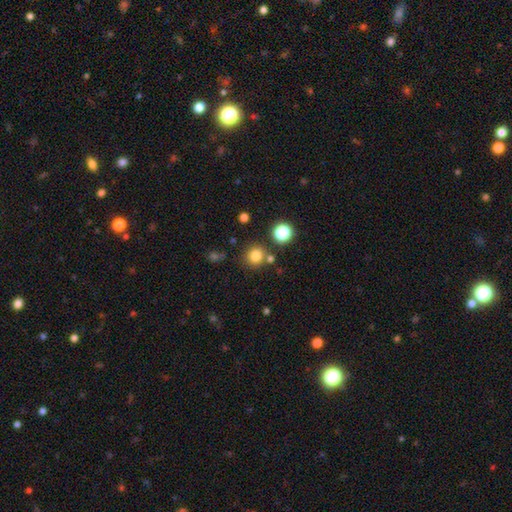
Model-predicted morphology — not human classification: smooth 80%, star or artifact 14%, featured or disk 6%. Down the decision tree: how rounded — round (89%); merging — none (78%).